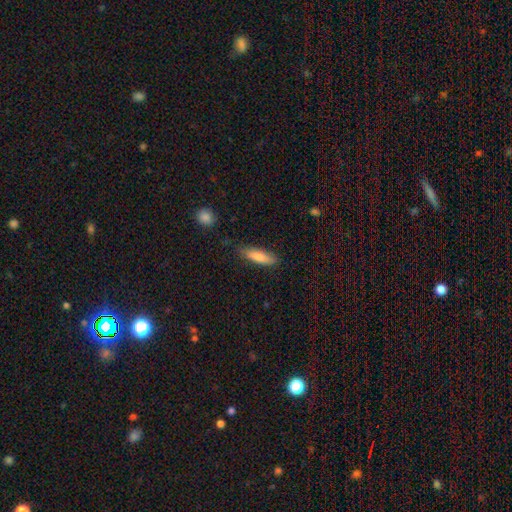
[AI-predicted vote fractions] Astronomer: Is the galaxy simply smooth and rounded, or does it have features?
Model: smooth — 75%.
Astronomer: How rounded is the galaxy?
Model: cigar-shaped — 69%.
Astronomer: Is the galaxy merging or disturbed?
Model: none — 81%.